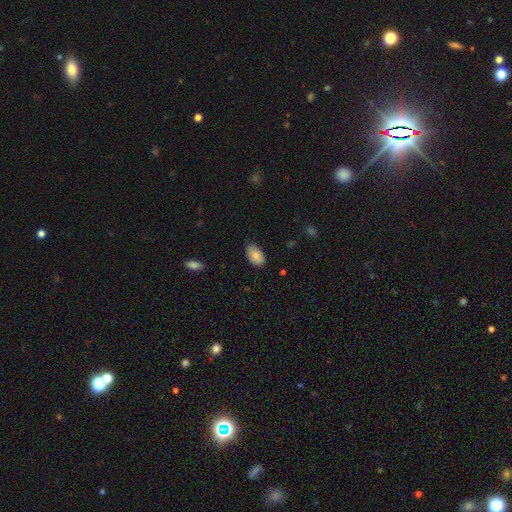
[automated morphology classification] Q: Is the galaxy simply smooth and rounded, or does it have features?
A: smooth — 82%.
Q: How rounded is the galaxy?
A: in between — 94%.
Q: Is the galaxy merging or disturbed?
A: none — 75%.